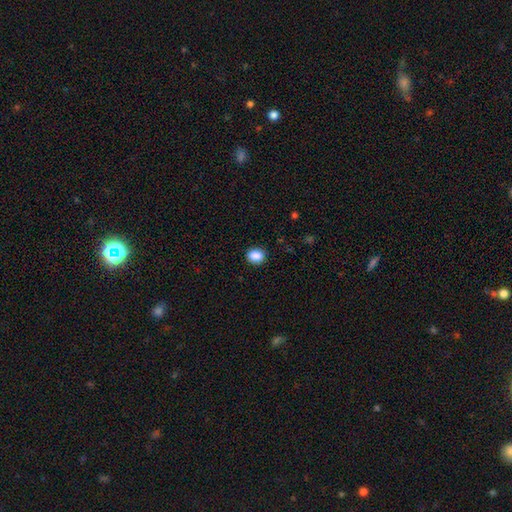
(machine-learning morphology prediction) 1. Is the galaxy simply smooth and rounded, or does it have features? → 88% smooth, 9% star or artifact, 3% featured or disk.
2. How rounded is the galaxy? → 53% round, 46% in between, 1% cigar-shaped.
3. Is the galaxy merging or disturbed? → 89% none, 8% minor disturbance, 2% major disturbance, 1% merger.